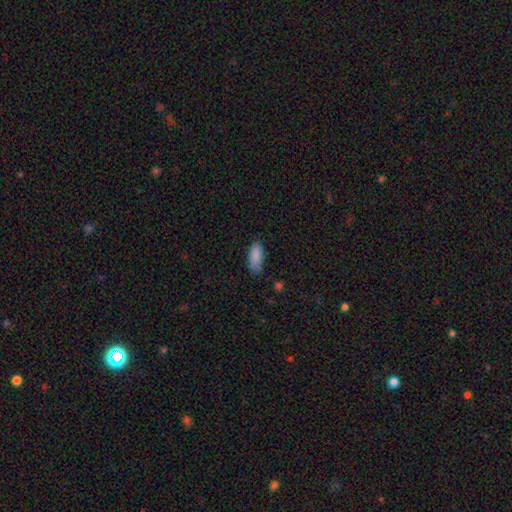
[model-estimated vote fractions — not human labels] Morphology: type=smooth (87%); roundness=in between (77%); merging=none (72%).